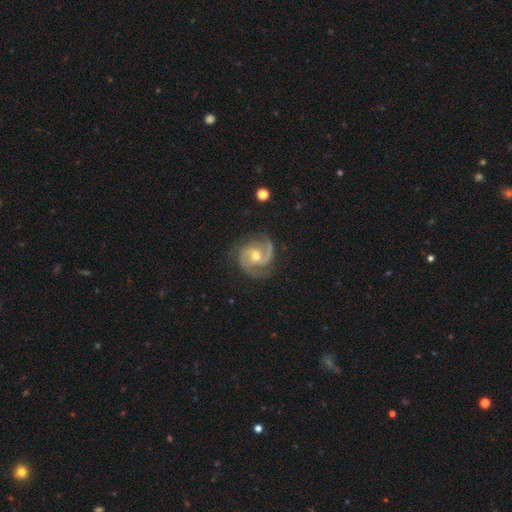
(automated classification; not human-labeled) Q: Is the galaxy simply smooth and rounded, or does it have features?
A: featured or disk — 90%.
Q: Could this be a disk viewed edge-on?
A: no — 98%.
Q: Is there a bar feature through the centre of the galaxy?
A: no — 48%.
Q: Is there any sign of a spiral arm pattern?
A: yes — 98%.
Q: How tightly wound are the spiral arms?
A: medium — 50%.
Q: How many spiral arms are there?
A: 2 — 71%.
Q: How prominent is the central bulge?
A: moderate — 67%.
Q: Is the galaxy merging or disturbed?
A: none — 72%.